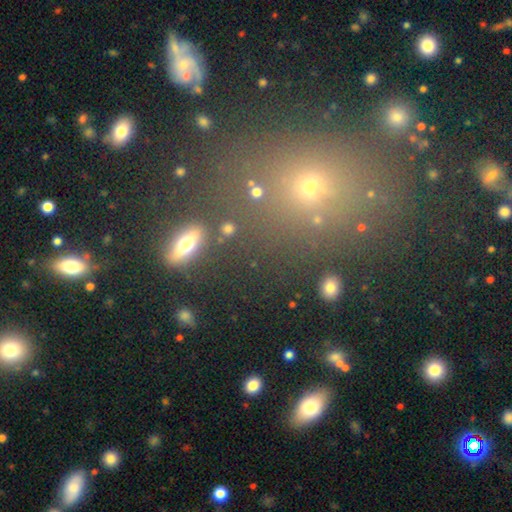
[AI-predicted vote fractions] Morphology: type=smooth (50%); merging=none (74%).